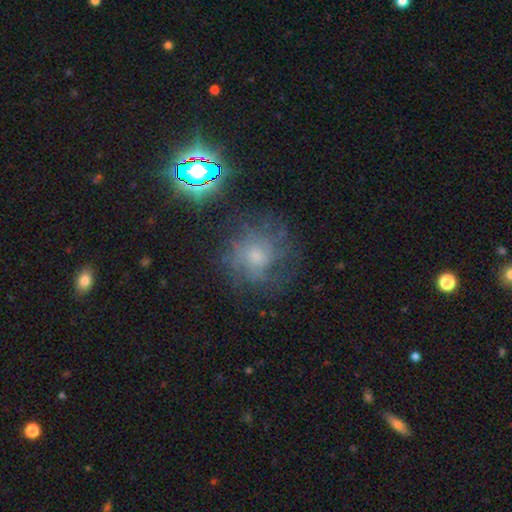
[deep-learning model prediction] featured or disk 43%, smooth 31%, star or artifact 26%. Down the decision tree: merging — none (69%).